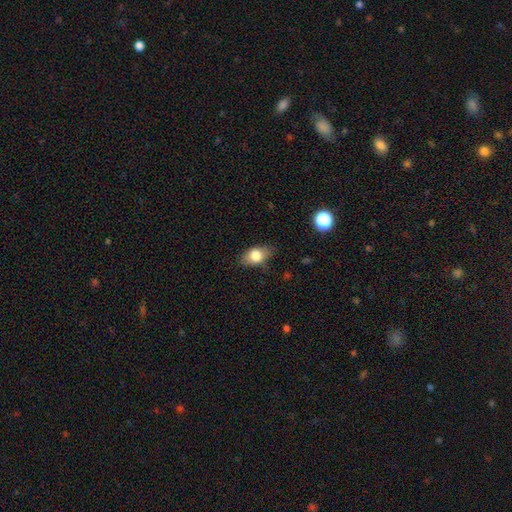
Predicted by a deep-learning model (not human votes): Morphology: type=smooth (75%); roundness=in between (83%); merging=none (74%).